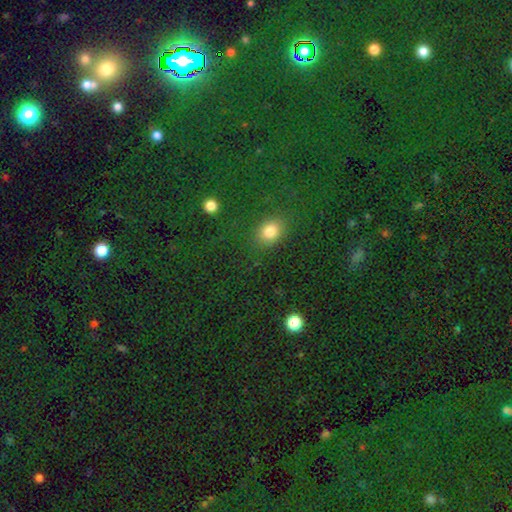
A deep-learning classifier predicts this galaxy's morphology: Smooth or featured: star or artifact — 54% (smooth — 38%)